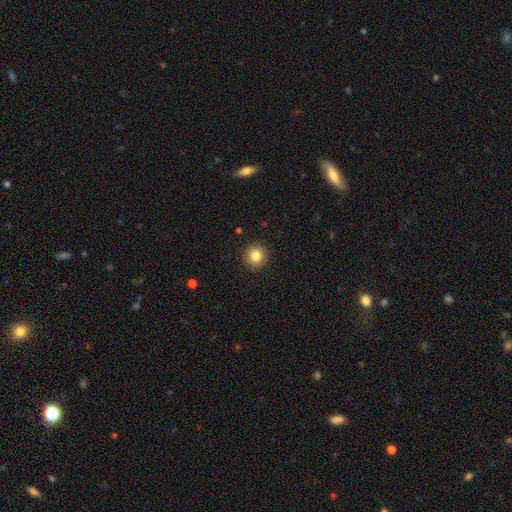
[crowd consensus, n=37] Smooth or featured? 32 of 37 (86%) said smooth. How rounded? 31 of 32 (97%) said round. Merging? 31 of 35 (89%) said none.